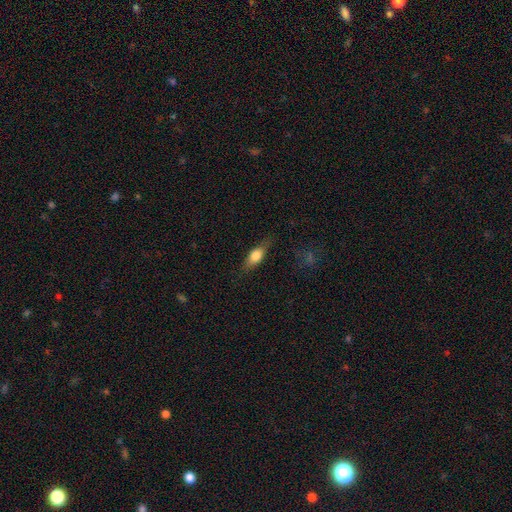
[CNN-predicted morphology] Smooth or featured? Predicted: smooth (p=0.69). How rounded? Predicted: in between (p=0.69). Merging? Predicted: none (p=0.76).